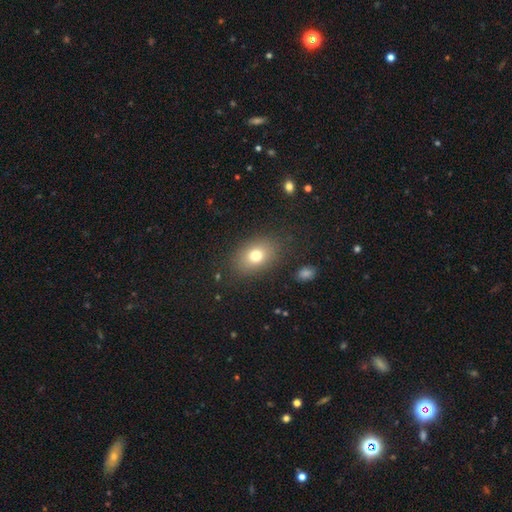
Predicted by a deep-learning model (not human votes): This appears to be a smooth galaxy with no disk features (75%) that is in between round and cigar-shaped (72%). Merging: none (83%).